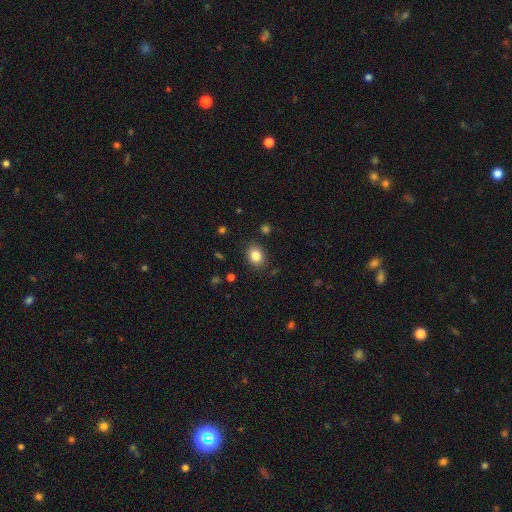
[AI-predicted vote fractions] smooth_or_featured: smooth (p=0.84) [alt: star or artifact p=0.10]
how_rounded: round (p=0.51) [alt: in between p=0.48]
merging: none (p=0.86) [alt: minor disturbance p=0.10]